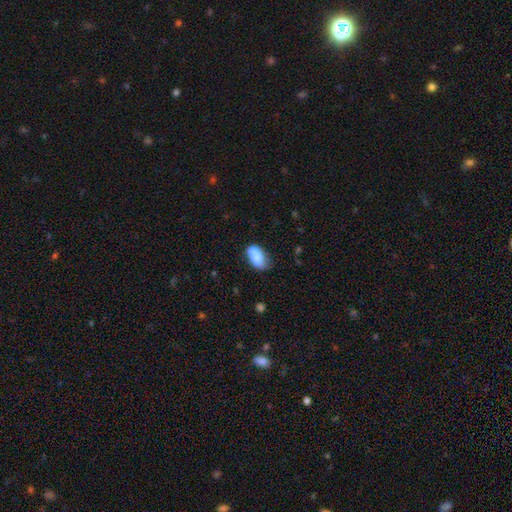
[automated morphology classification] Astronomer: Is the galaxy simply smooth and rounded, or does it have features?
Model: smooth — 73%.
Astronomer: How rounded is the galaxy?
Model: in between — 87%.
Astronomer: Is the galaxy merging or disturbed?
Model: merger — 45% (runner-up: none, 31%).